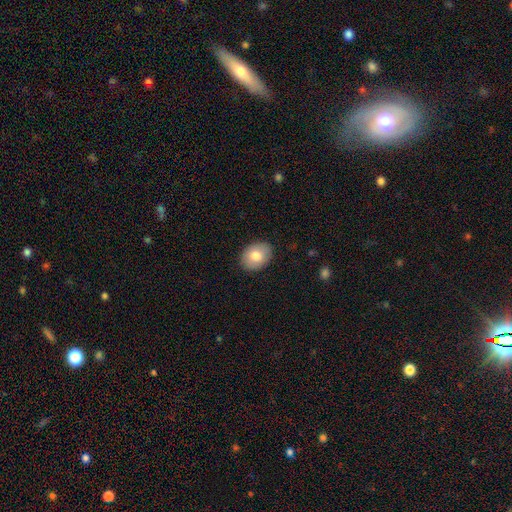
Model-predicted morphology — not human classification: Q: Smooth or featured?
A: smooth (79%); runner-up: featured or disk (14%)
Q: How rounded?
A: in between (63%); runner-up: round (36%)
Q: Merging?
A: none (89%); runner-up: minor disturbance (8%)